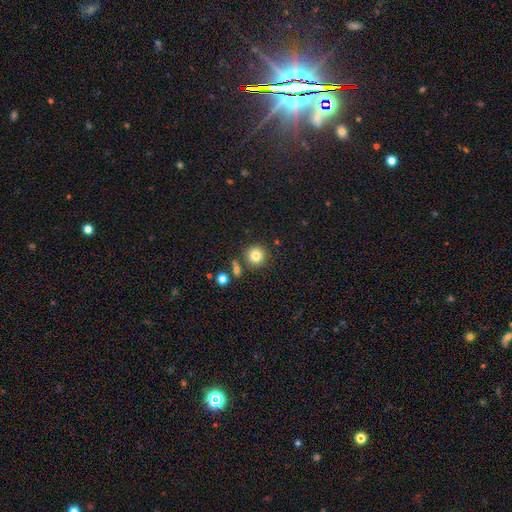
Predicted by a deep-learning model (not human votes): This appears to be a smooth galaxy with no disk features (81%) that is round (93%). Merging: none (82%).